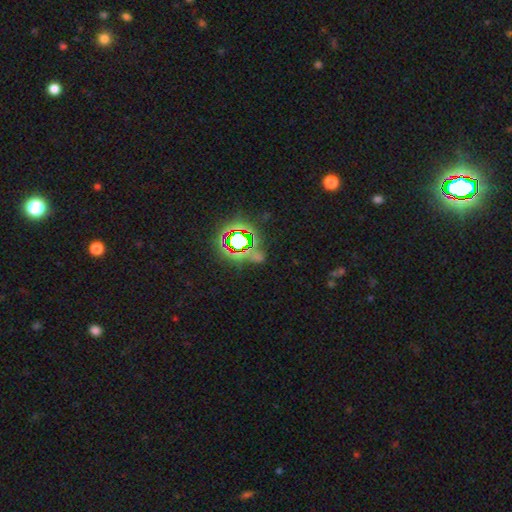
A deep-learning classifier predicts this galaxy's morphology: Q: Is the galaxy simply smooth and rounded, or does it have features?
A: star or artifact — 72%.